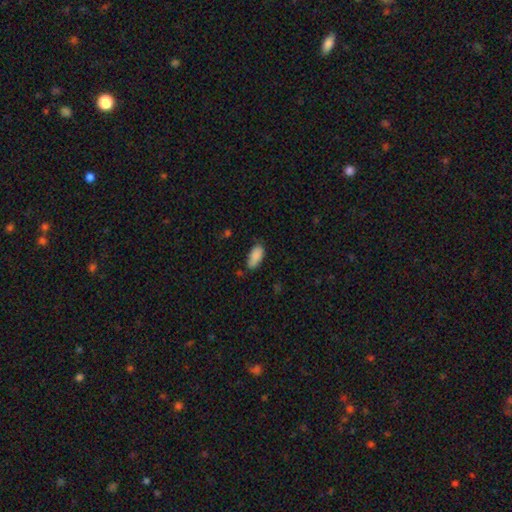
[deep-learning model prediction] smooth-or-featured: smooth: 88% | star or artifact: 7% | featured or disk: 5%
  how-rounded: in between: 89% | cigar-shaped: 8% | round: 2%
  merging: none: 63% | minor disturbance: 28% | major disturbance: 5% | merger: 3%